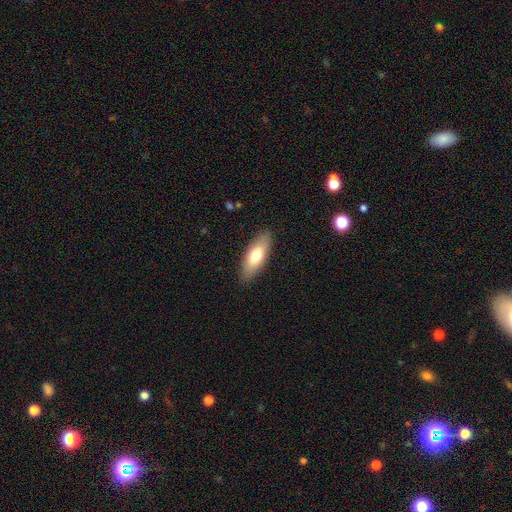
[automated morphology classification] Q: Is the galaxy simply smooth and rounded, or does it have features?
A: smooth — 72%.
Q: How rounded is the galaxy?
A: in between — 68%.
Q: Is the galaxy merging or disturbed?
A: none — 88%.